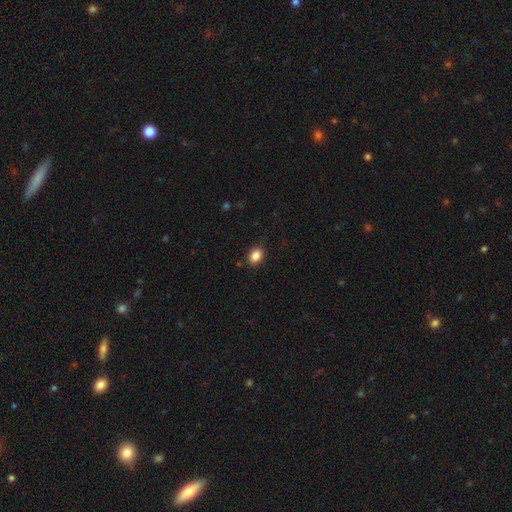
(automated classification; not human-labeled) Overall: smooth (86%). How rounded: in between (65%; round 34%). Merging: none (87%).